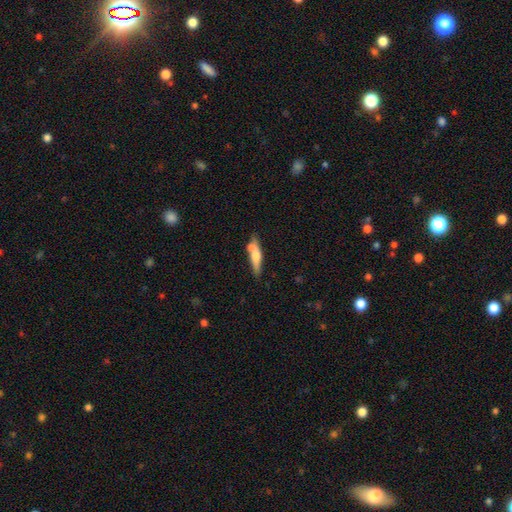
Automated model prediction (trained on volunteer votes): smooth 54%, featured or disk 40%, star or artifact 6%. Down the decision tree: how rounded — cigar-shaped (78%); merging — none (60%).